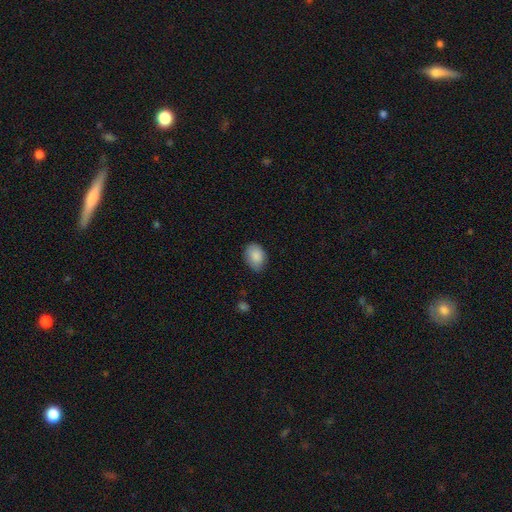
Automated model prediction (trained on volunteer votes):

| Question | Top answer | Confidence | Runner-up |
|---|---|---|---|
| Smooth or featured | smooth | 88% | star or artifact (7%) |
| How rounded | in between | 79% | round (20%) |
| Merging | none | 77% | minor disturbance (18%) |